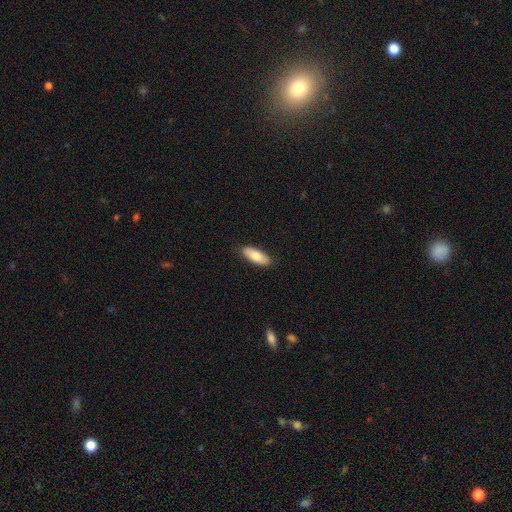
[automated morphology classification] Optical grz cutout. It shows a smooth galaxy with no disk features (79%) that is in between round and cigar-shaped (72%). Merging: none (88%).